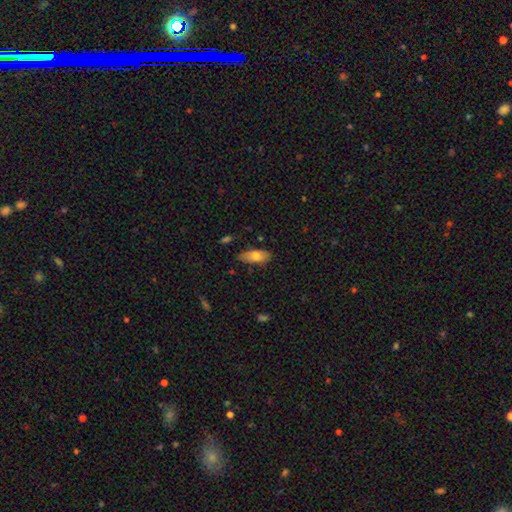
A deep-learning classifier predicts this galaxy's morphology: A smooth galaxy with no disk features (73%) that is in between round and cigar-shaped (83%).

Vote fractions:
- Smooth or featured? smooth: 73% / featured or disk: 21% / star or artifact: 7%
- How rounded? in between: 83% / cigar-shaped: 14% / round: 3%
- Merging? none: 80% / minor disturbance: 16% / major disturbance: 3% / merger: 2%